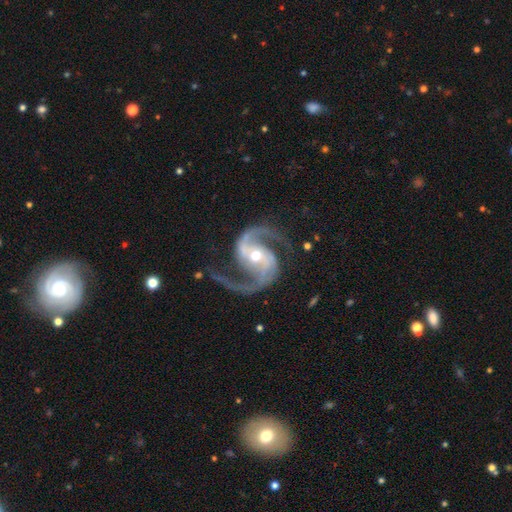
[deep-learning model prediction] Q: Smooth or featured?
A: featured or disk (94%); runner-up: star or artifact (4%)
Q: Edge-on disk?
A: no (98%); runner-up: yes (2%)
Q: Bar?
A: weak (36%); runner-up: no (33%)
Q: Spiral arms?
A: yes (99%); runner-up: no (1%)
Q: Spiral winding?
A: medium (63%); runner-up: loose (25%)
Q: Spiral arm count?
A: 2 (94%); runner-up: 3 (1%)
Q: Bulge size?
A: moderate (63%); runner-up: small (31%)
Q: Merging?
A: none (79%); runner-up: minor disturbance (13%)